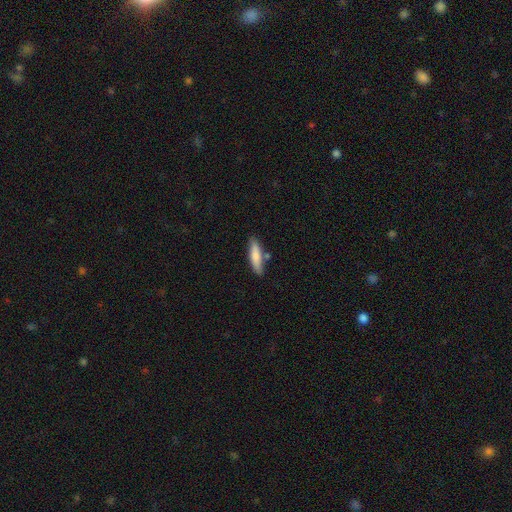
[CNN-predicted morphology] This is likely a smooth galaxy (75%). How rounded: likely cigar-shaped (70%). Merging: likely none (74%).